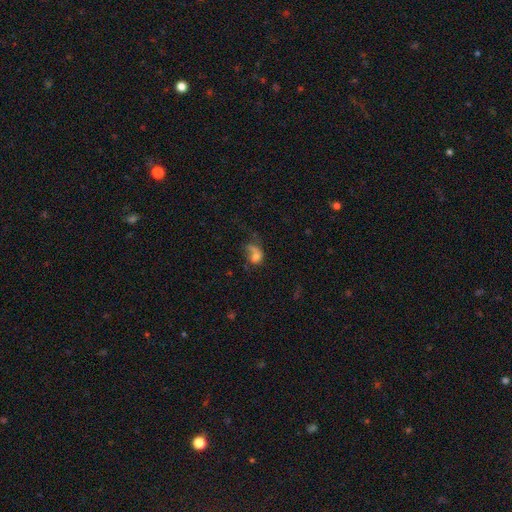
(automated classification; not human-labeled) A smooth galaxy with no disk features (63%) that is in between round and cigar-shaped (59%). Merging: major disturbance (33%).